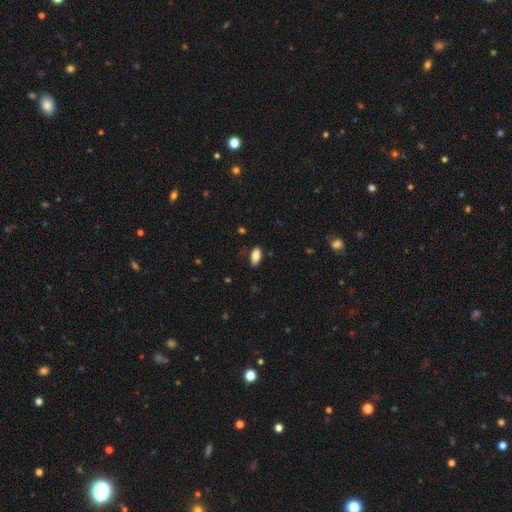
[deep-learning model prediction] A smooth galaxy with no disk features (85%) that is in between round and cigar-shaped (89%). Merging: none (82%).